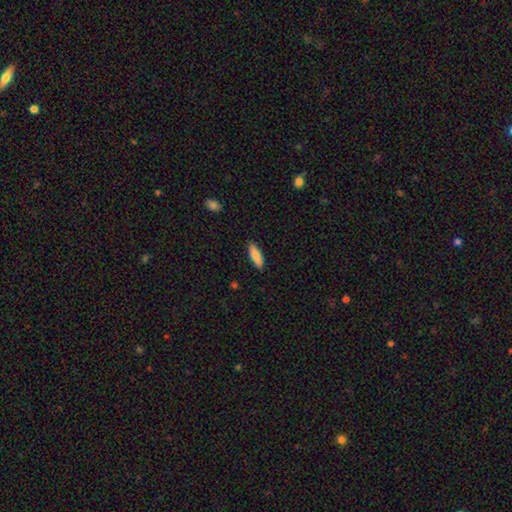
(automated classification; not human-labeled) Smooth or featured?
  - smooth: 85% *
  - featured or disk: 9%
  - star or artifact: 6%
How rounded?
  - cigar-shaped: 55% *
  - in between: 44%
  - round: 2%
Merging?
  - none: 87% *
  - minor disturbance: 10%
  - major disturbance: 2%
  - merger: 1%